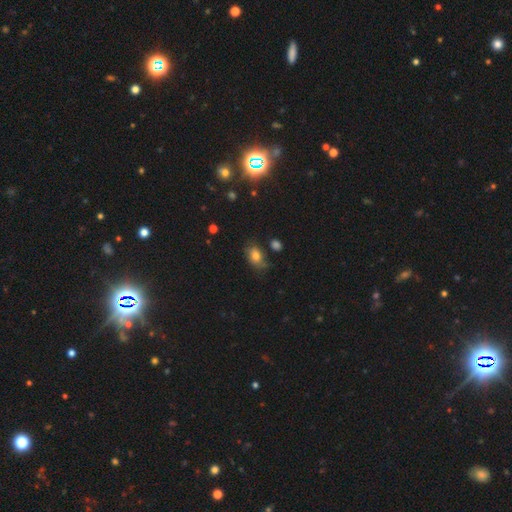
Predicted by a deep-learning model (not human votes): smooth 75%, featured or disk 14%, star or artifact 11%. Down the decision tree: how rounded — in between (79%); merging — none (57%).